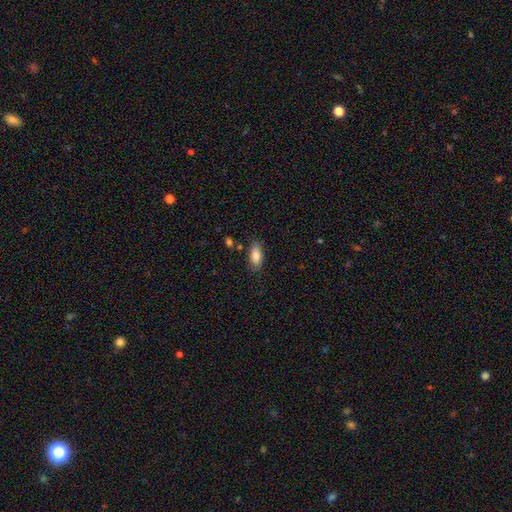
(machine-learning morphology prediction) Smooth or featured? smooth (84%)
How rounded? in between (88%)
Merging? none (81%)